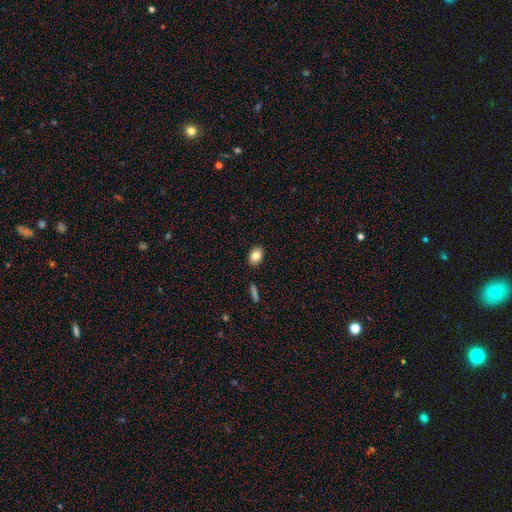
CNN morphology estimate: Smooth or featured? smooth (83%)
How rounded? in between (80%)
Merging? none (89%)